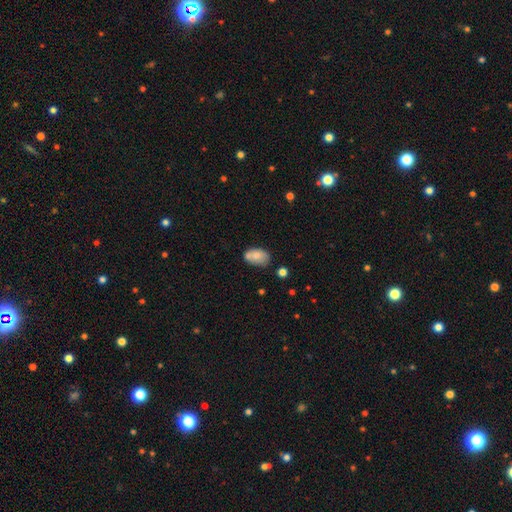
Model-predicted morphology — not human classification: type=smooth (73%); roundness=in between (88%); merging=none (53%).